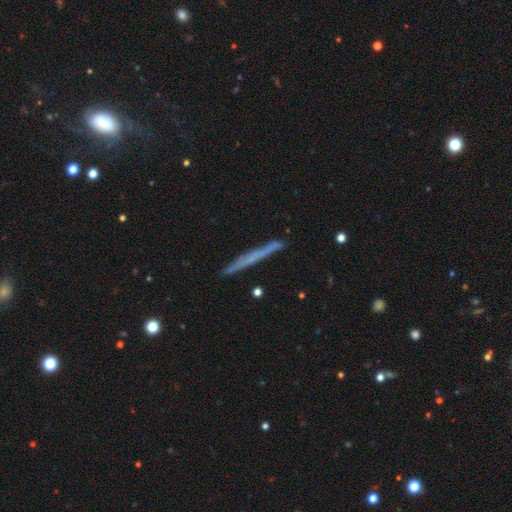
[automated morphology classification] type=featured or disk (47%); merging=none (89%).